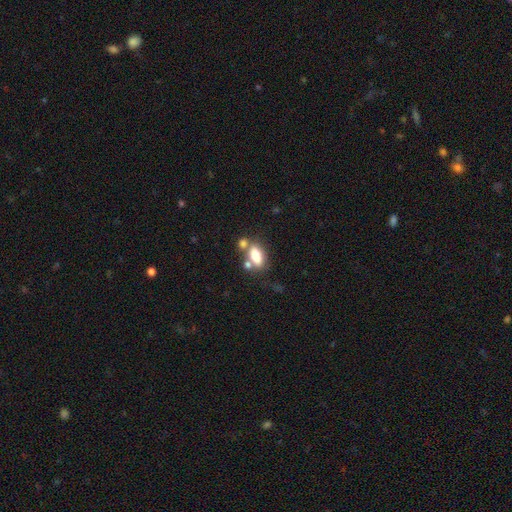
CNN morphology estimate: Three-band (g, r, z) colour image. It shows a smooth galaxy with no disk features (72%) that is in between round and cigar-shaped (81%). Merging: none (52%).